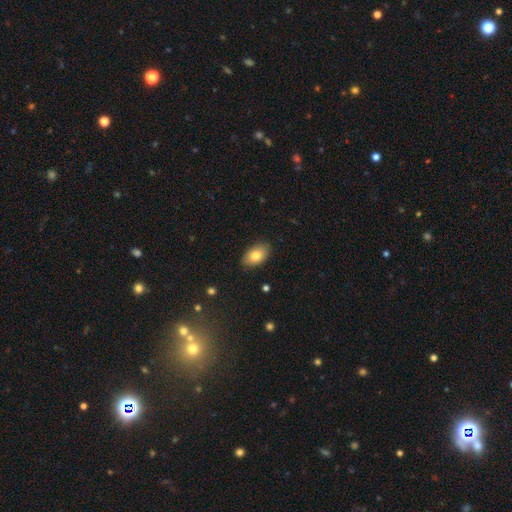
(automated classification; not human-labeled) smooth 80%, featured or disk 12%, star or artifact 7%. Down the decision tree: how rounded — in between (92%); merging — none (86%).